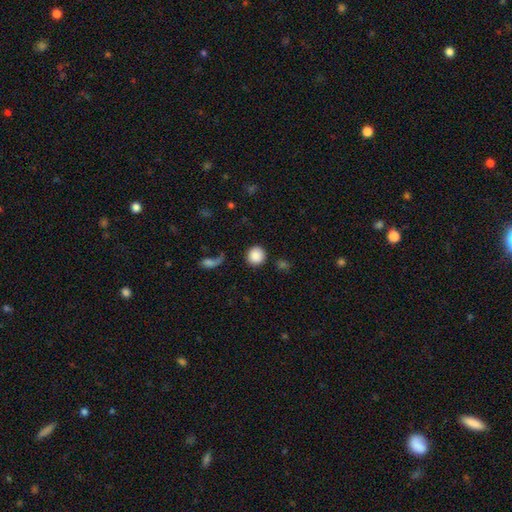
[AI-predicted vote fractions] smooth_or_featured: smooth (p=0.87) [alt: star or artifact p=0.08]
how_rounded: round (p=0.94) [alt: in between p=0.05]
merging: none (p=0.85) [alt: minor disturbance p=0.07]